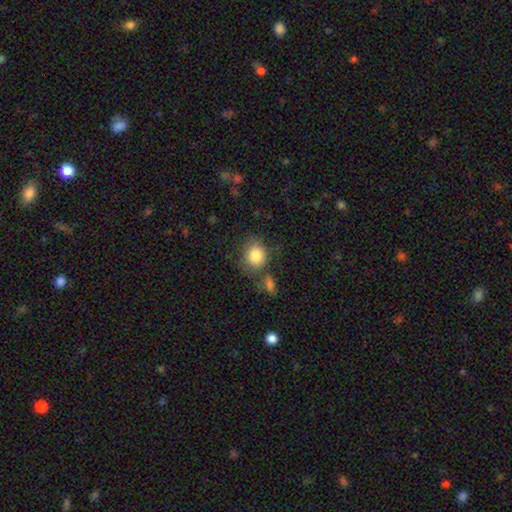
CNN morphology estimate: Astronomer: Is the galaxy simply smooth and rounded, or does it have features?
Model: smooth — 84%.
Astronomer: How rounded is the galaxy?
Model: round — 69%.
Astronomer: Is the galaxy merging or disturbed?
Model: none — 64%.